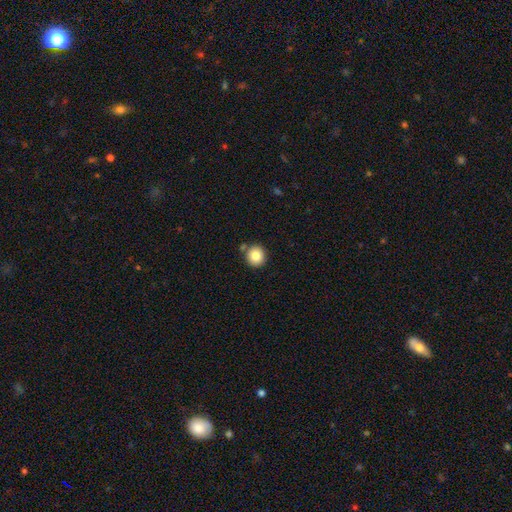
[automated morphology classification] smooth_or_featured: smooth (p=0.84) [alt: star or artifact p=0.09]
how_rounded: round (p=0.92) [alt: in between p=0.07]
merging: none (p=0.82) [alt: minor disturbance p=0.08]